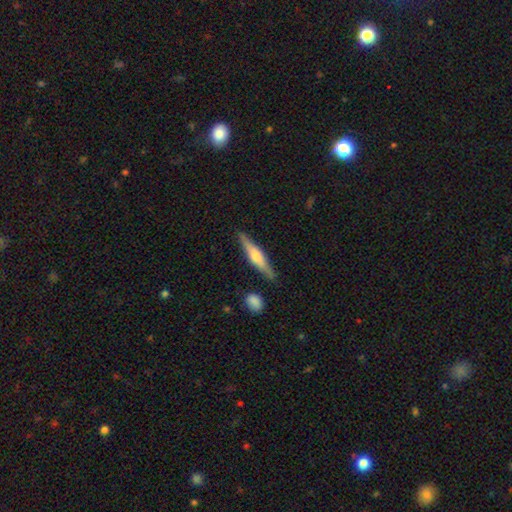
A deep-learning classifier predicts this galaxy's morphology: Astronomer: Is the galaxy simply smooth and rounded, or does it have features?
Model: featured or disk — 61%.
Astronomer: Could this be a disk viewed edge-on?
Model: yes — 96%.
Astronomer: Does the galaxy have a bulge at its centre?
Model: rounded — 80%.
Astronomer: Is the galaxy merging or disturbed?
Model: none — 86%.